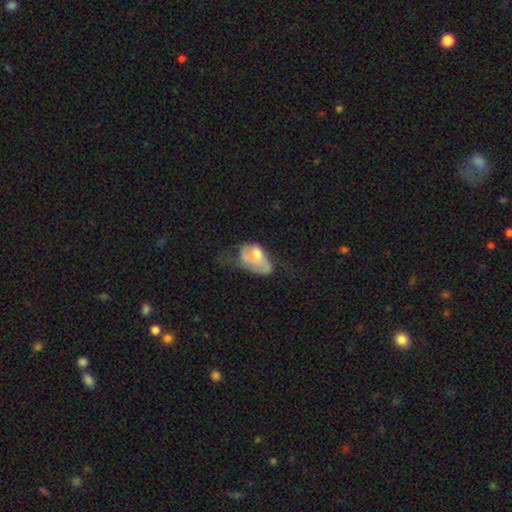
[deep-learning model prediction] A smooth galaxy with no disk features (47%).

Vote fractions:
- Smooth or featured? smooth: 47% / featured or disk: 45% / star or artifact: 8%
- Merging? major disturbance: 44% / minor disturbance: 27% / none: 21% / merger: 8%